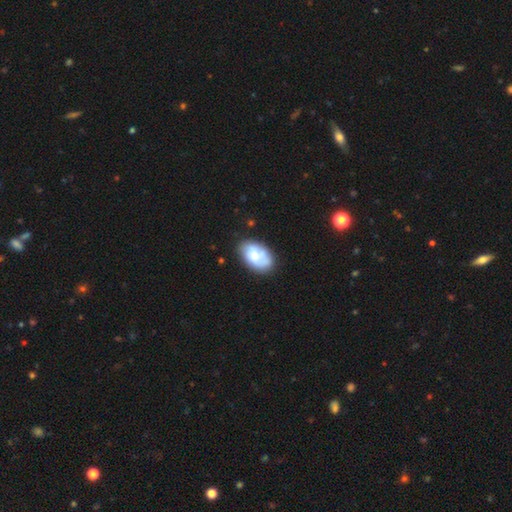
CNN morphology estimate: Smooth or featured? smooth (63%)
How rounded? in between (90%)
Merging? none (70%)